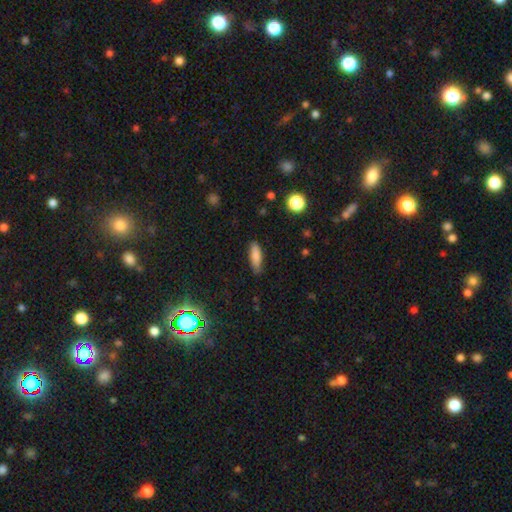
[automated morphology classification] This is clearly a smooth galaxy (83%). How rounded: possibly cigar-shaped (52%). Merging: clearly none (81%).